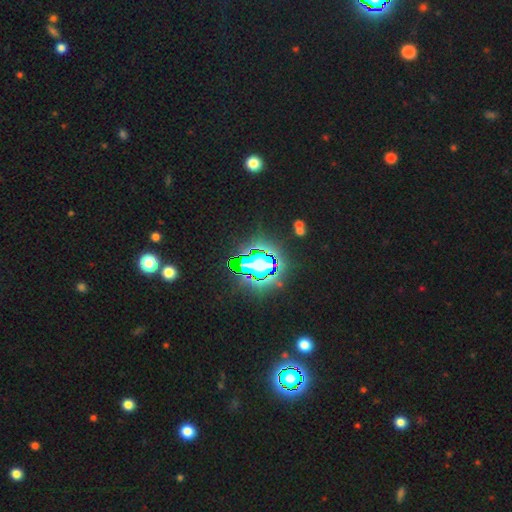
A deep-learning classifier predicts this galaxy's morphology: Smooth or featured?
  - star or artifact: 76% *
  - smooth: 14%
  - featured or disk: 10%